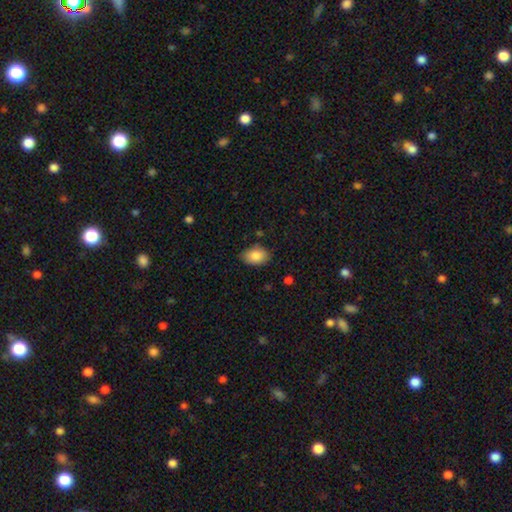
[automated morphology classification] Smooth or featured: smooth — 86% (featured or disk — 7%)
How rounded: in between — 89% (round — 10%)
Merging: none — 83% (minor disturbance — 13%)